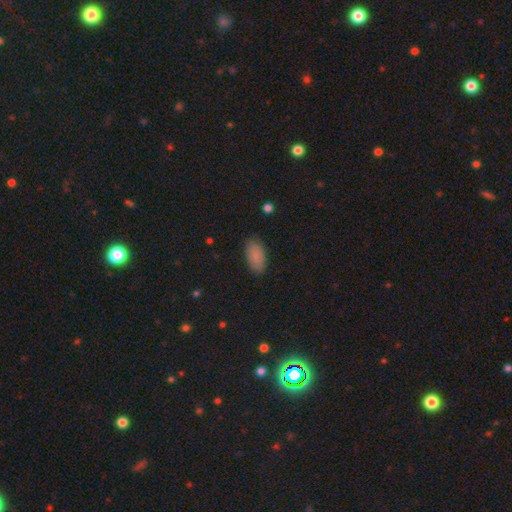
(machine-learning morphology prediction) Q: Smooth or featured?
A: smooth (87%); runner-up: star or artifact (9%)
Q: How rounded?
A: in between (93%); runner-up: cigar-shaped (4%)
Q: Merging?
A: none (84%); runner-up: minor disturbance (12%)